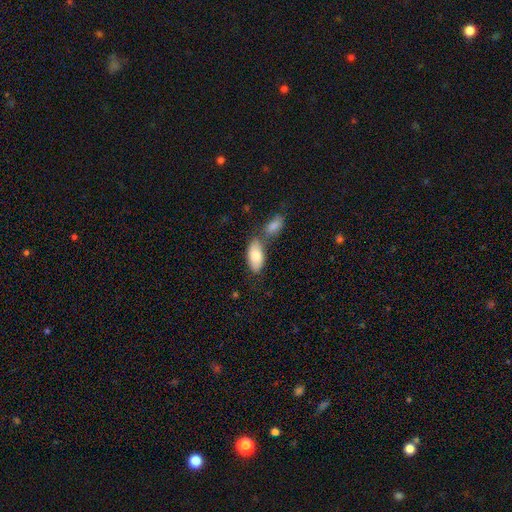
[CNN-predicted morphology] smooth_or_featured: smooth (p=0.76) [alt: featured or disk p=0.18]
how_rounded: in between (p=0.92) [alt: cigar-shaped p=0.05]
merging: none (p=0.51) [alt: merger p=0.31]